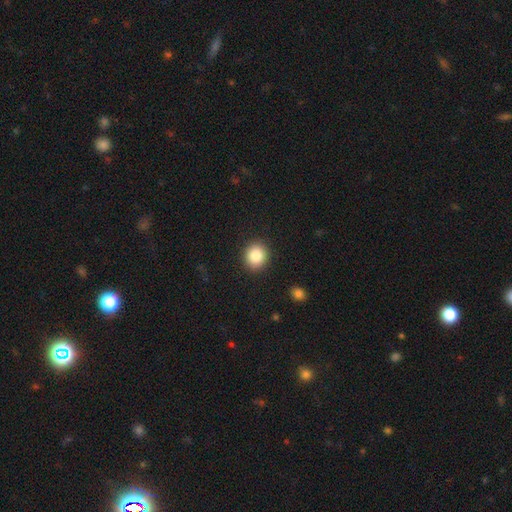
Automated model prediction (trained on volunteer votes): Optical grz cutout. It shows a smooth galaxy with no disk features (86%) that is round (81%). Merging: none (91%).